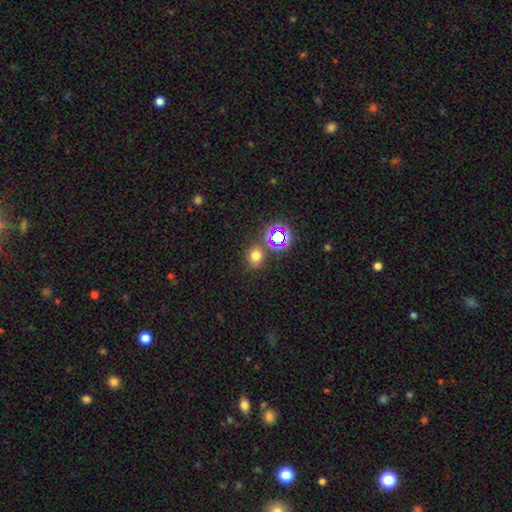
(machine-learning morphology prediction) Smooth or featured?
  - smooth: 64% *
  - star or artifact: 28%
  - featured or disk: 8%
How rounded?
  - round: 59% *
  - in between: 40%
  - cigar-shaped: 1%
Merging?
  - none: 76% *
  - minor disturbance: 11%
  - merger: 10%
  - major disturbance: 4%